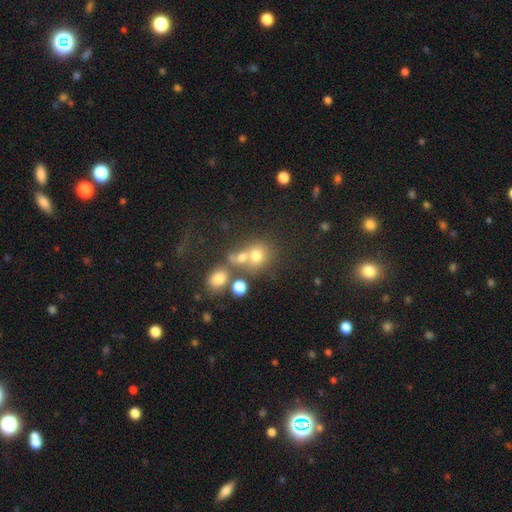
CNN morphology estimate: Smooth or featured: smooth — 65% (star or artifact — 20%)
How rounded: round — 73% (in between — 26%)
Merging: none — 43% (merger — 40%)